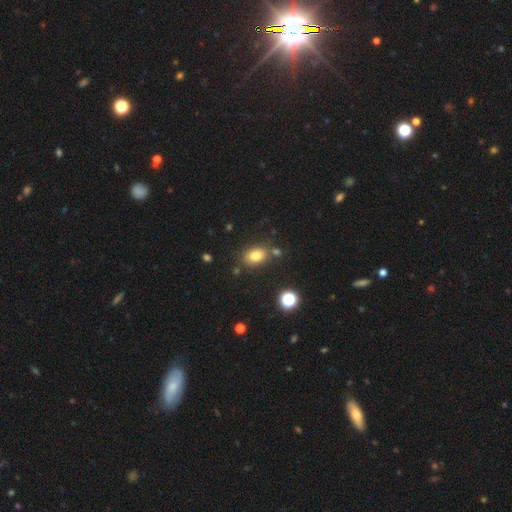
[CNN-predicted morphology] This appears to be a smooth galaxy with no disk features (80%) that is in between round and cigar-shaped (78%). Merging: none (76%).